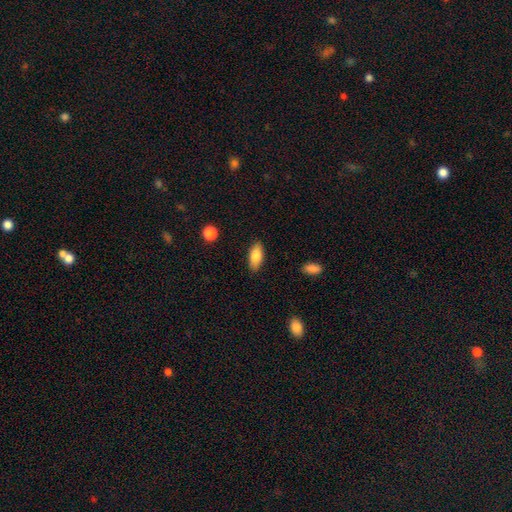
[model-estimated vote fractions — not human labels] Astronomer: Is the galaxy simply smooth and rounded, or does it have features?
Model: smooth — 82%.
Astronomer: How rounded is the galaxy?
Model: in between — 84%.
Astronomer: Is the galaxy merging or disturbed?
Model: none — 87%.